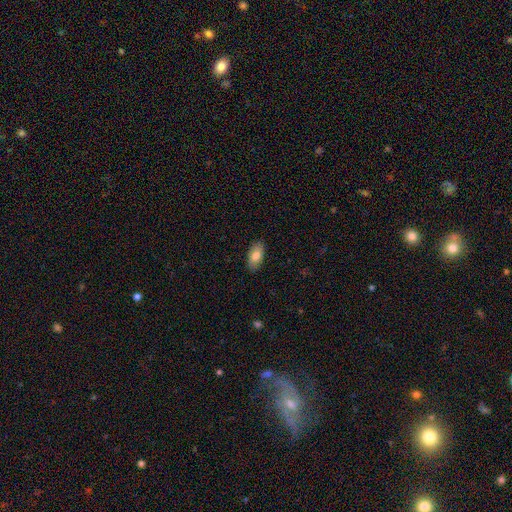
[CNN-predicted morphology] This is clearly a smooth galaxy (82%). How rounded: clearly in between (93%). Merging: clearly none (88%).